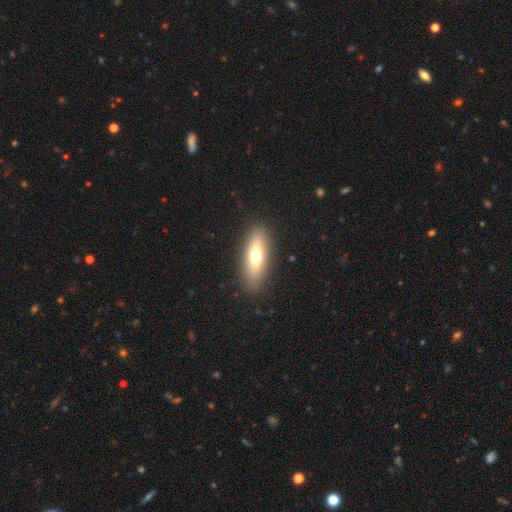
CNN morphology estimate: Q: Smooth or featured?
A: smooth (63%); runner-up: featured or disk (30%)
Q: How rounded?
A: in between (51%); runner-up: cigar-shaped (46%)
Q: Merging?
A: none (87%); runner-up: minor disturbance (9%)